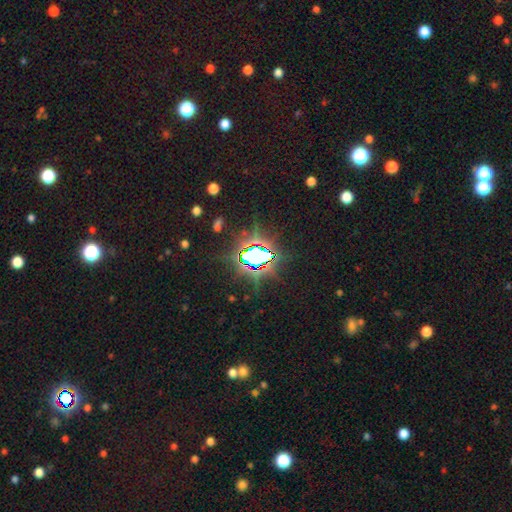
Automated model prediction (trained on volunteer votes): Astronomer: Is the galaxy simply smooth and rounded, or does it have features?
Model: star or artifact — 78%.